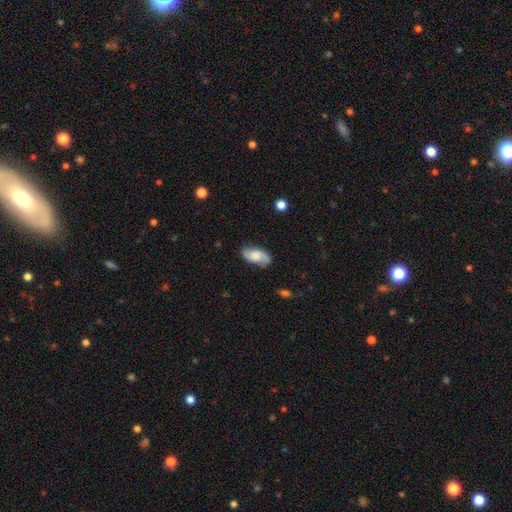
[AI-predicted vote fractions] A smooth galaxy with no disk features (53%) that is in between round and cigar-shaped (91%). Merging: none (77%).